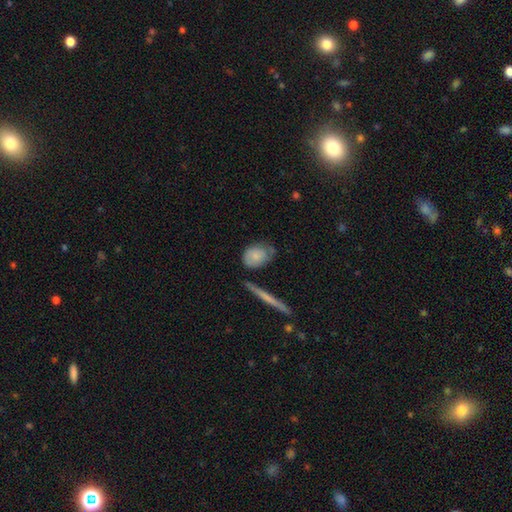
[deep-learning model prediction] Smooth or featured?
  - smooth: 77% *
  - featured or disk: 16%
  - star or artifact: 7%
How rounded?
  - in between: 69% *
  - round: 26%
  - cigar-shaped: 5%
Merging?
  - none: 51% *
  - minor disturbance: 32%
  - major disturbance: 10%
  - merger: 7%